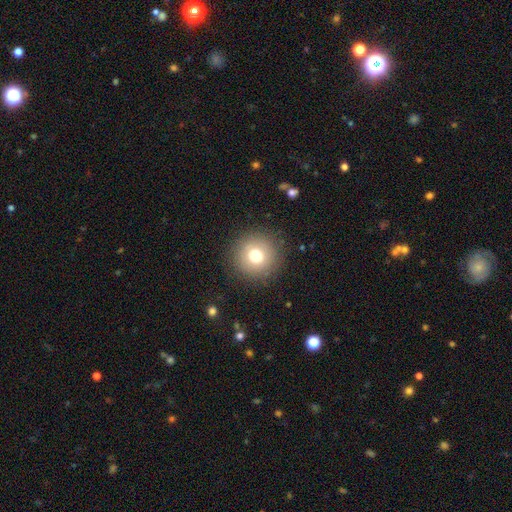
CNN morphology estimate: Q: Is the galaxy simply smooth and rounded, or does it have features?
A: smooth — 74%.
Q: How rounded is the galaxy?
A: round — 95%.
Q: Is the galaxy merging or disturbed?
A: none — 90%.